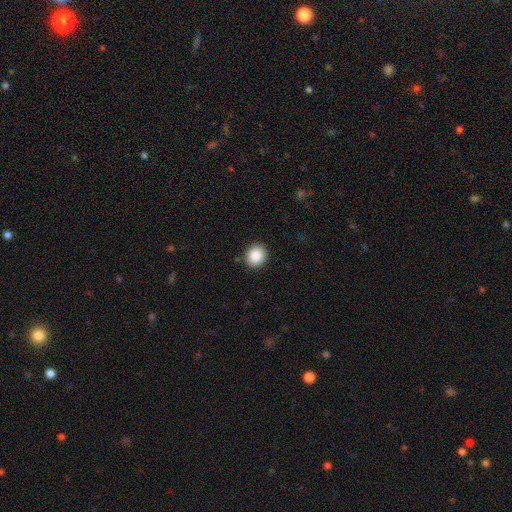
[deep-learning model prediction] A smooth galaxy with no disk features (88%) that is round (75%). Merging: none (90%).